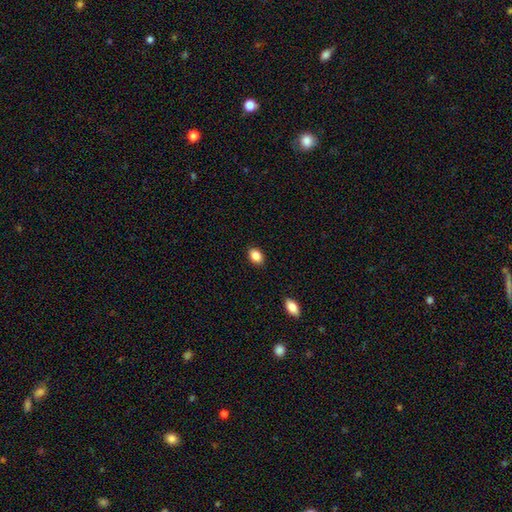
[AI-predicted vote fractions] Smooth or featured? smooth (87%)
How rounded? in between (78%)
Merging? none (89%)